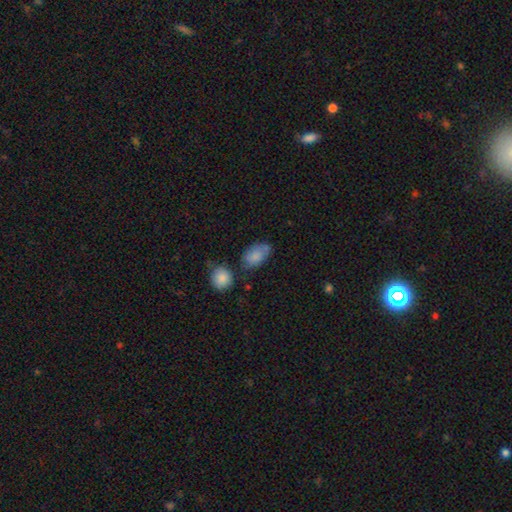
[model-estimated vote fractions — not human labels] Smooth or featured? smooth (81%)
How rounded? in between (89%)
Merging? none (54%)